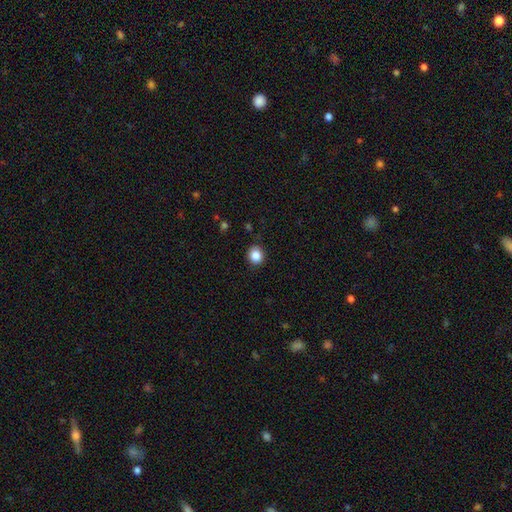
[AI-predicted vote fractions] A smooth galaxy with no disk features (86%) that is round (81%).

Vote fractions:
- Smooth or featured? smooth: 86% / star or artifact: 10% / featured or disk: 4%
- How rounded? round: 81% / in between: 18% / cigar-shaped: 1%
- Merging? none: 89% / minor disturbance: 8% / major disturbance: 2% / merger: 1%